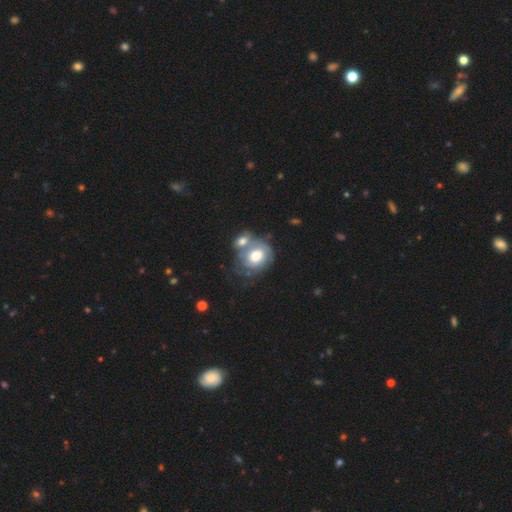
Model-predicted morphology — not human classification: Smooth or featured? featured or disk (55%)
Edge-on disk? no (97%)
Bar? no (79%)
Spiral arms? yes (65%)
Bulge size? large (54%)
Merging? merger (49%)